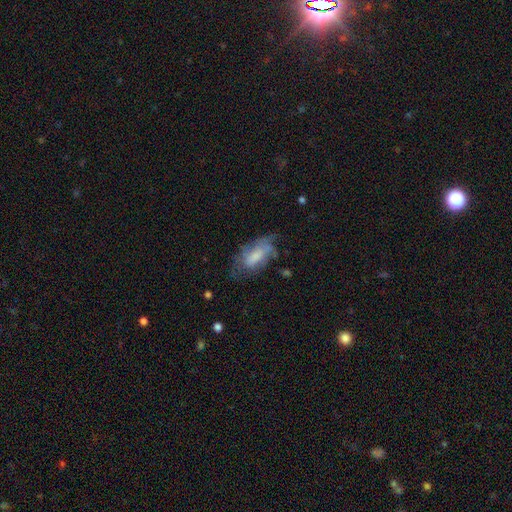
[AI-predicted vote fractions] The model was most divided on "smooth or featured": smooth: 51%, featured or disk: 41%, star or artifact: 9%. Remaining: how rounded — in between (87%); merging — none (47%).